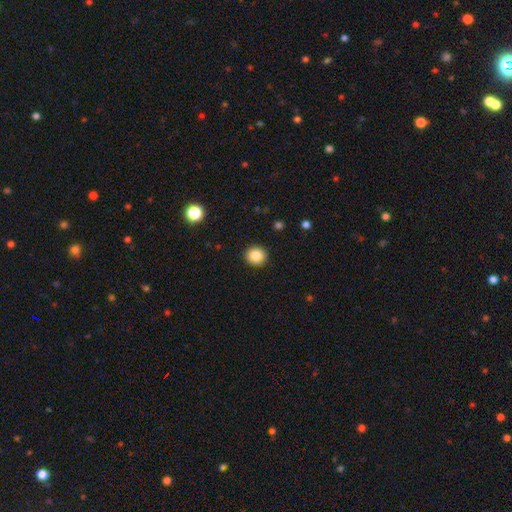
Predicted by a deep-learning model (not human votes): Overall: smooth (85%). How rounded: round (89%). Merging: none (91%).